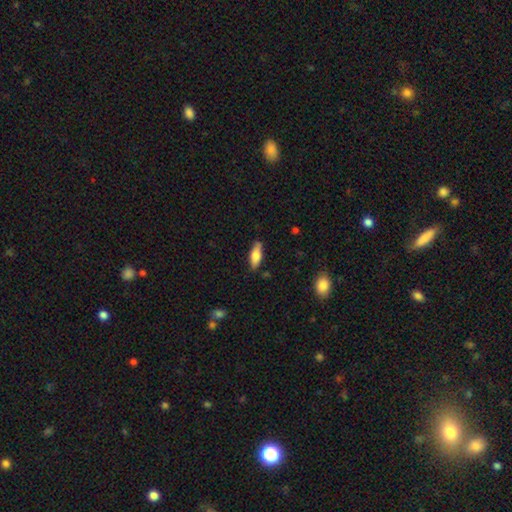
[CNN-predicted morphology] A smooth galaxy with no disk features (70%) that is in between round and cigar-shaped (67%).

Vote fractions:
- Smooth or featured? smooth: 70% / featured or disk: 23% / star or artifact: 6%
- How rounded? in between: 67% / cigar-shaped: 31% / round: 2%
- Merging? none: 82% / minor disturbance: 14% / major disturbance: 2% / merger: 2%